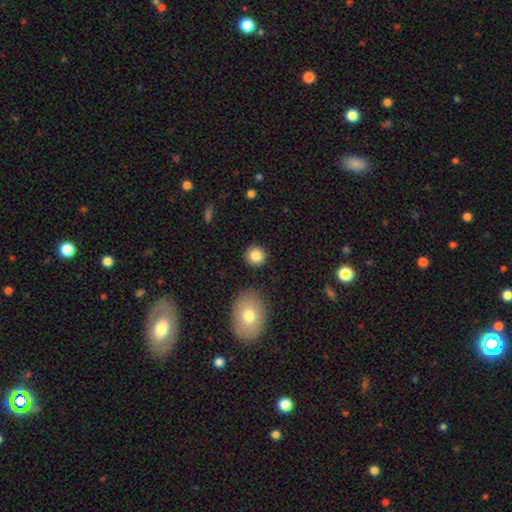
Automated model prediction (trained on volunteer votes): Smooth or featured? Predicted: smooth (p=0.84). How rounded? Predicted: round (p=0.91). Merging? Predicted: none (p=0.89).